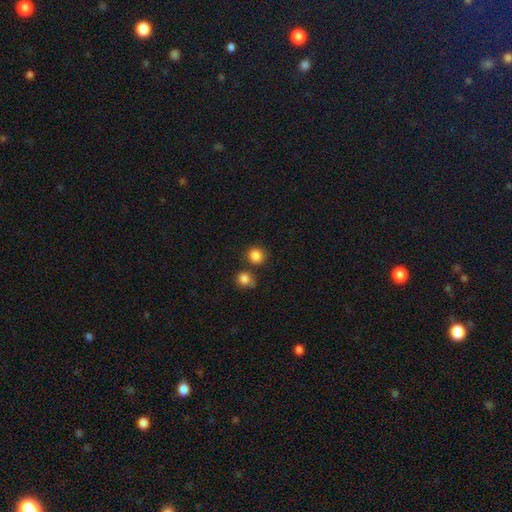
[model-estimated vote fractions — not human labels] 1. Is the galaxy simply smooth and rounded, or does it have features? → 85% smooth, 11% star or artifact, 4% featured or disk.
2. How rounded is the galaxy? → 88% round, 11% in between, 1% cigar-shaped.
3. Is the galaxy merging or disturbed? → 73% none, 14% merger, 10% minor disturbance, 3% major disturbance.